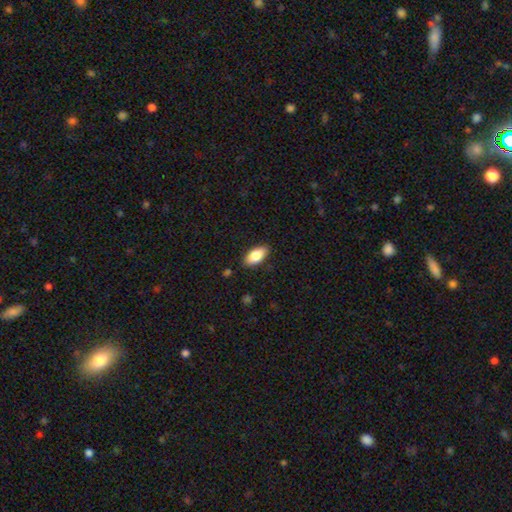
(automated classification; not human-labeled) Smooth or featured?
  - smooth: 83% *
  - featured or disk: 11%
  - star or artifact: 7%
How rounded?
  - in between: 90% *
  - cigar-shaped: 7%
  - round: 3%
Merging?
  - none: 87% *
  - minor disturbance: 10%
  - major disturbance: 2%
  - merger: 1%